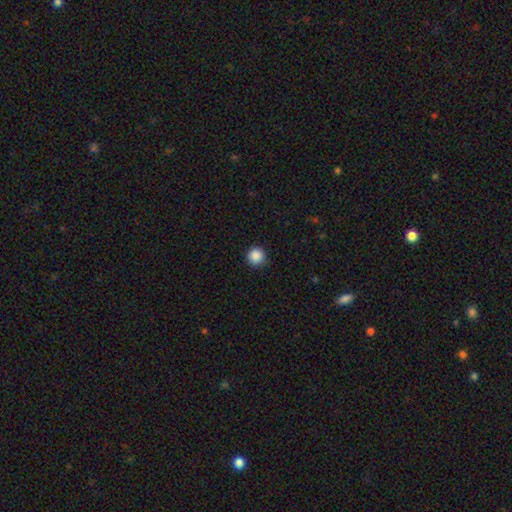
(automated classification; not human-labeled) Smooth or featured? smooth (88%)
How rounded? round (95%)
Merging? none (90%)